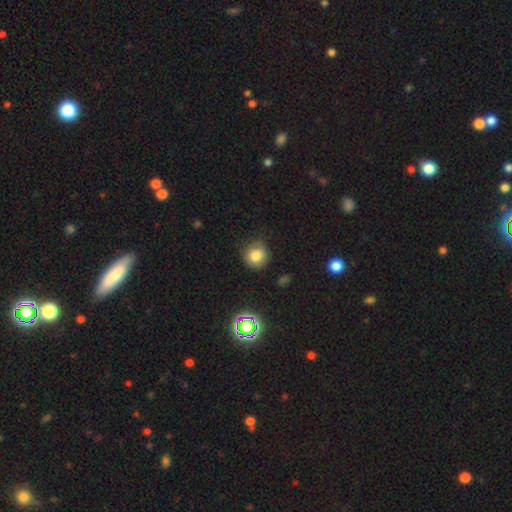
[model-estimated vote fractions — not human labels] smooth_or_featured: smooth (p=0.79) [alt: star or artifact p=0.13]
how_rounded: round (p=0.91) [alt: in between p=0.08]
merging: none (p=0.77) [alt: minor disturbance p=0.17]